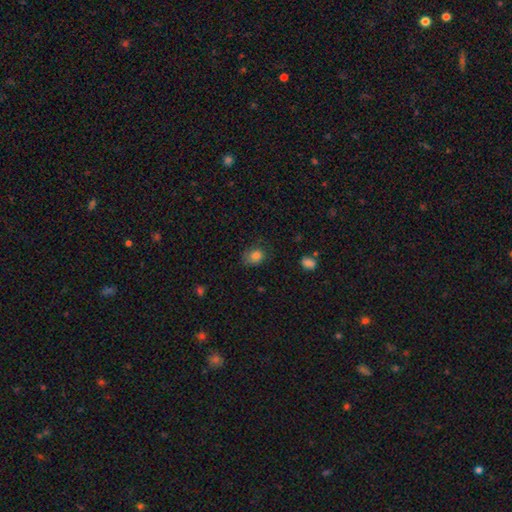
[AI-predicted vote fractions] The model was most divided on "how rounded": round: 51%, in between: 48%, cigar-shaped: 1%. More confident: smooth or featured — smooth (82%); merging — none (59%).